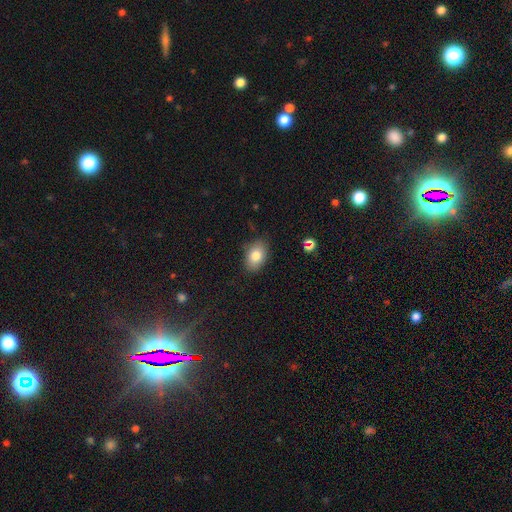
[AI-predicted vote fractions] smooth 81%, featured or disk 11%, star or artifact 9%. Down the decision tree: how rounded — in between (83%); merging — none (83%).